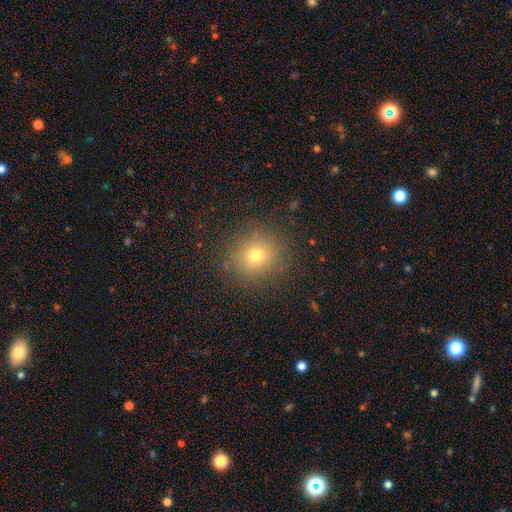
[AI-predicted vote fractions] smooth 73%, star or artifact 17%, featured or disk 10%. Down the decision tree: how rounded — round (87%); merging — none (87%).